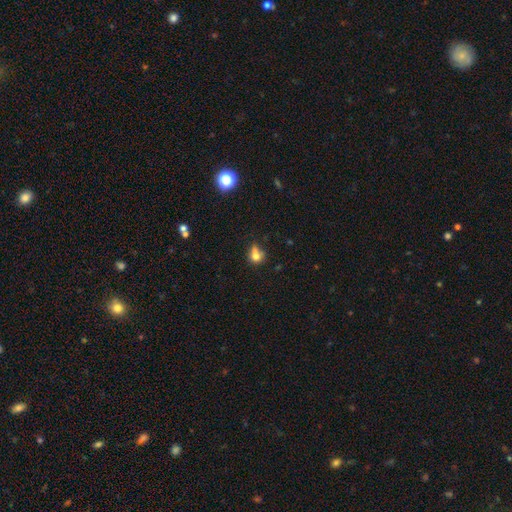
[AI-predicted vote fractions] smooth-or-featured: smooth: 72% | featured or disk: 15% | star or artifact: 13%
  how-rounded: round: 69% | in between: 29% | cigar-shaped: 2%
  merging: none: 38% | merger: 29% | minor disturbance: 20% | major disturbance: 13%